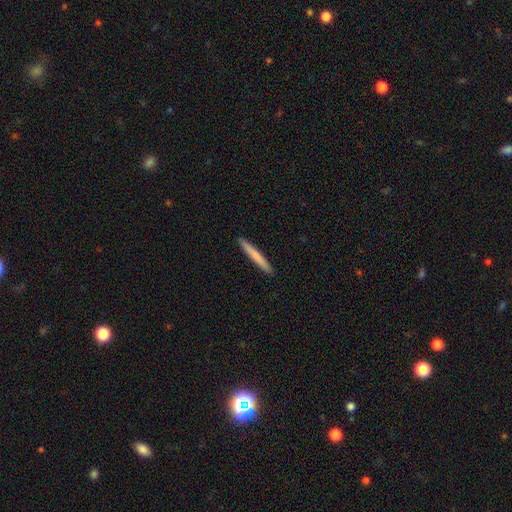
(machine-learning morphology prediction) This appears to be a smooth galaxy with no disk features (73%) that is cigar-shaped (97%). Merging: none (93%).